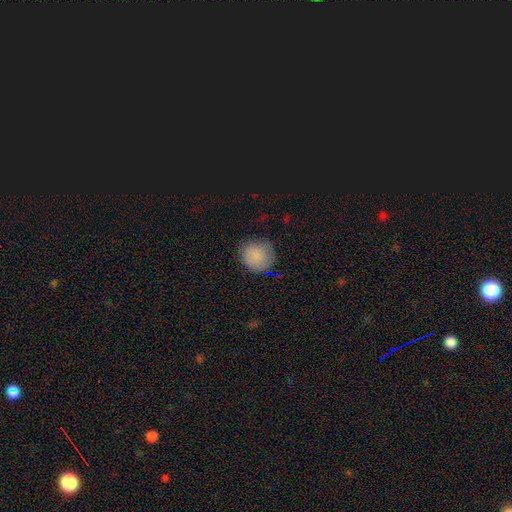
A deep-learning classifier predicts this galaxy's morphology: smooth 85%, star or artifact 8%, featured or disk 7%. Down the decision tree: how rounded — round (92%); merging — none (78%).